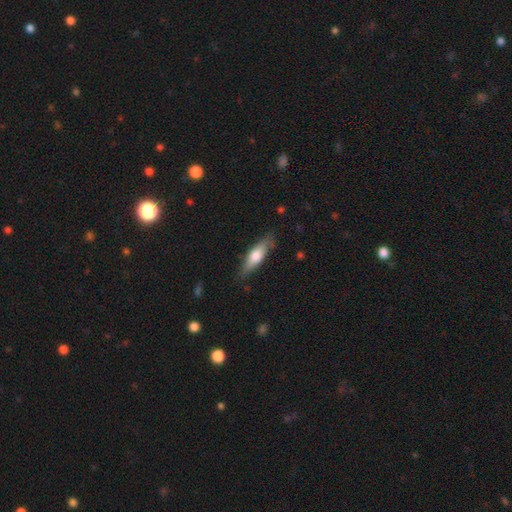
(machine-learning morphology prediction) Overall: smooth (60%; featured or disk 35%). How rounded: cigar-shaped (57%; in between 41%). Merging: none (80%).